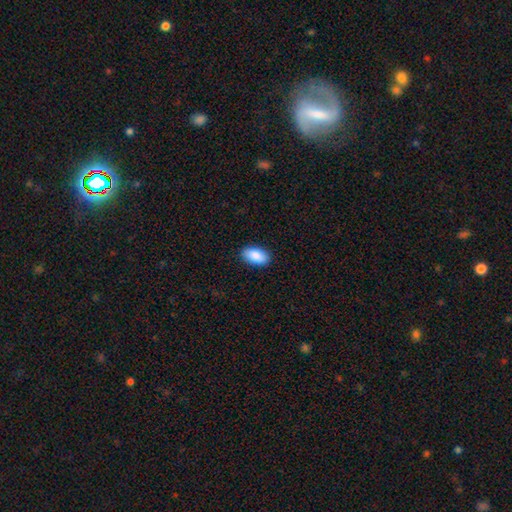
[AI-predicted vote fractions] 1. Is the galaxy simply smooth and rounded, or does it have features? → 89% smooth, 6% star or artifact, 5% featured or disk.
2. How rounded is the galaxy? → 94% in between, 3% round, 3% cigar-shaped.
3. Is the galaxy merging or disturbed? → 88% none, 9% minor disturbance, 2% major disturbance, 1% merger.